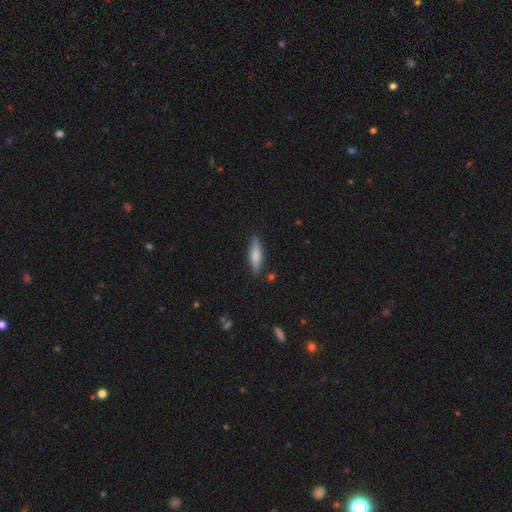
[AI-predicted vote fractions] Morphology: type=smooth (61%); roundness=cigar-shaped (68%); merging=none (82%).